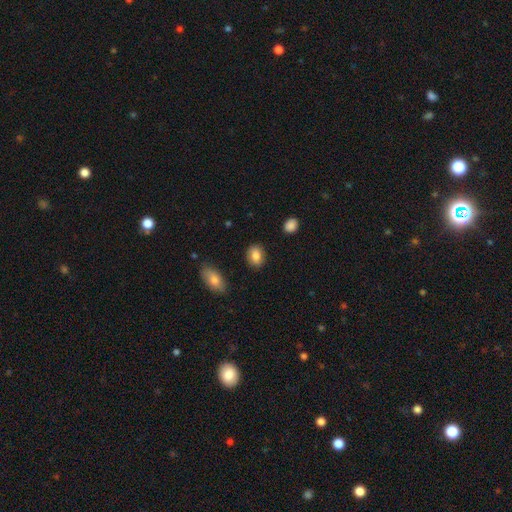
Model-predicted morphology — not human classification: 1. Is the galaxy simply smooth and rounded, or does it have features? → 85% smooth, 8% star or artifact, 7% featured or disk.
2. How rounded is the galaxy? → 61% in between, 37% round, 2% cigar-shaped.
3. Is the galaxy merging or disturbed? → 87% none, 9% minor disturbance, 2% major disturbance, 2% merger.